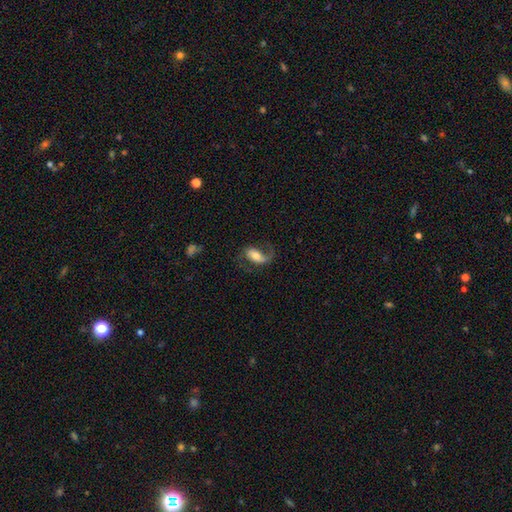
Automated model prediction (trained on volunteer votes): This appears to be a featured or disk galaxy (65%) with a weak bar (34%, tied with no), 2 (69%) loose (55%) spiral arms (90%) and a moderate central bulge (58%). Merging: none (59%).